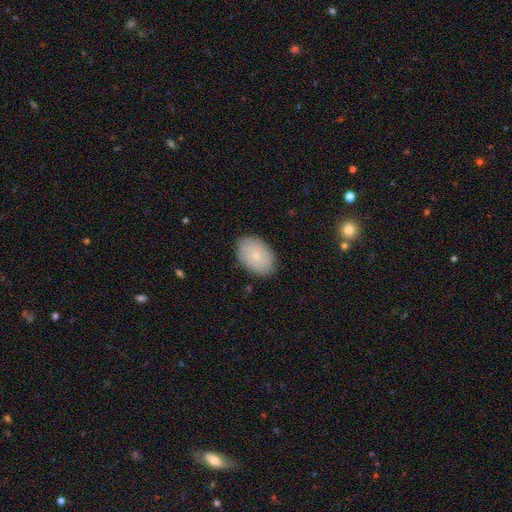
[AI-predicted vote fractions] A smooth galaxy with no disk features (66%) that is in between round and cigar-shaped (84%).

Vote fractions:
- Smooth or featured? smooth: 66% / featured or disk: 27% / star or artifact: 7%
- How rounded? in between: 84% / round: 14% / cigar-shaped: 1%
- Merging? none: 85% / minor disturbance: 12% / major disturbance: 3% / merger: 1%